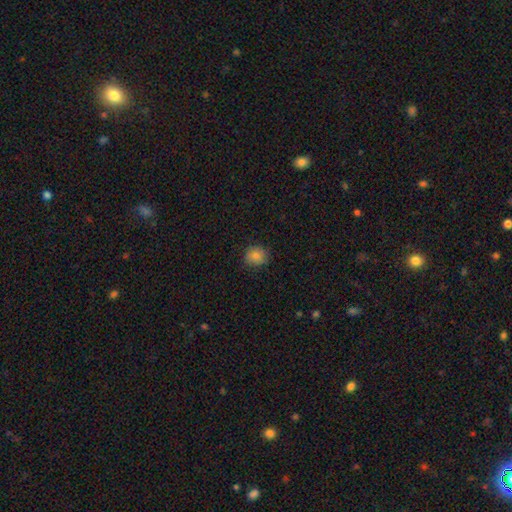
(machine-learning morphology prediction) smooth-or-featured: smooth: 80% | star or artifact: 10% | featured or disk: 10%
  how-rounded: round: 81% | in between: 18% | cigar-shaped: 1%
  merging: none: 81% | minor disturbance: 15% | major disturbance: 3% | merger: 1%